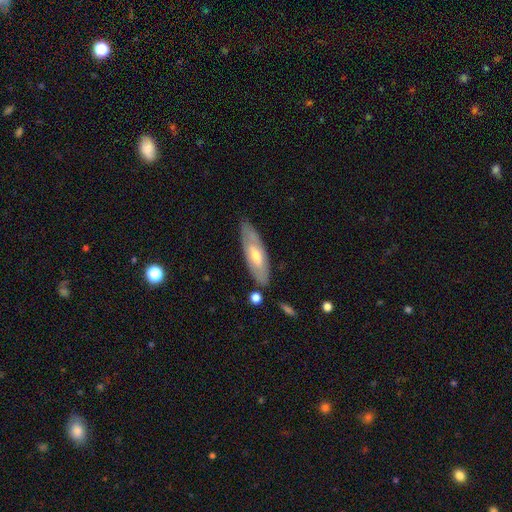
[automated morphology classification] Overall: featured or disk (52%; smooth 42%). Edge-on disk: no (63%; yes 37%). Merging: none (78%).